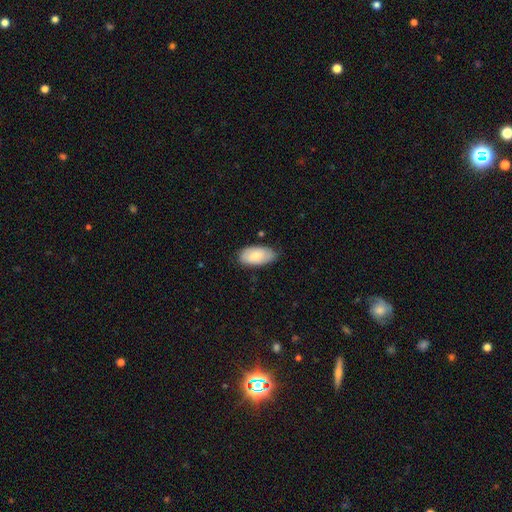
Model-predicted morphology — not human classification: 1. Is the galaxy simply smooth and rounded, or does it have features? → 79% smooth, 15% featured or disk, 6% star or artifact.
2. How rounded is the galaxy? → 94% in between, 3% cigar-shaped, 2% round.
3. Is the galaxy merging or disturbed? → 75% none, 21% minor disturbance, 3% major disturbance, 1% merger.